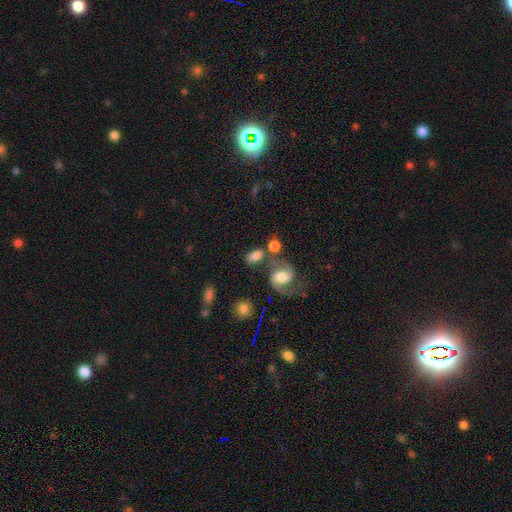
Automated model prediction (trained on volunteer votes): Smooth or featured? Predicted: smooth (p=0.66). How rounded? Predicted: in between (p=0.80). Merging? Predicted: none (p=0.54).